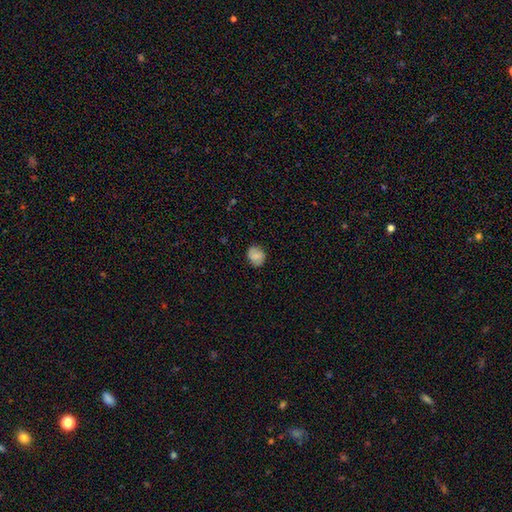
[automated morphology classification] type=smooth (72%); roundness=round (66%); merging=none (82%).